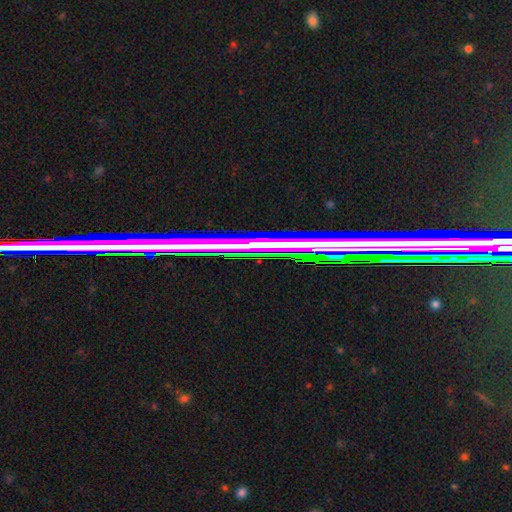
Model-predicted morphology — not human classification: A star or artifact, not a galaxy (63%).

Vote fractions:
- Smooth or featured? star or artifact: 63% / featured or disk: 25% / smooth: 12%